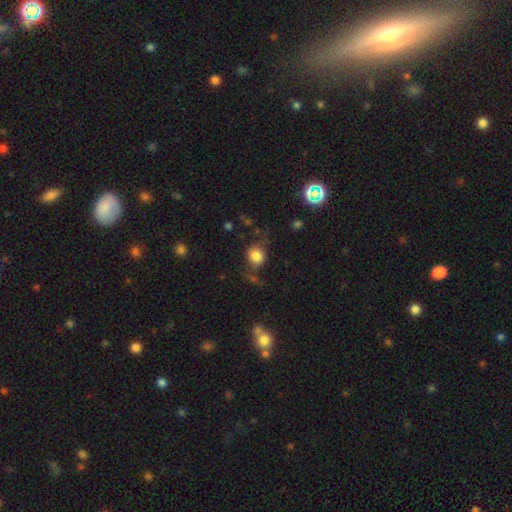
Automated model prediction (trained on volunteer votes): Smooth or featured? Predicted: smooth (p=0.74). How rounded? Predicted: round (p=0.71). Merging? Predicted: none (p=0.57).